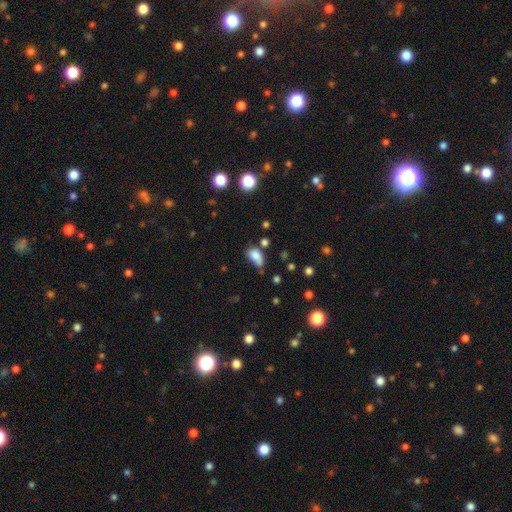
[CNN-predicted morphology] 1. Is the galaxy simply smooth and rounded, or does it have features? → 79% smooth, 11% star or artifact, 11% featured or disk.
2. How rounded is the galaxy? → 85% in between, 11% round, 4% cigar-shaped.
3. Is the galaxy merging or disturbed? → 36% none, 34% minor disturbance, 17% major disturbance, 13% merger.